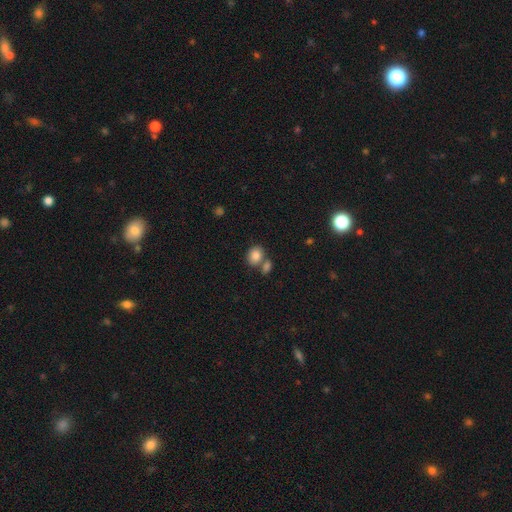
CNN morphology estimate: Q: Smooth or featured?
A: smooth (84%); runner-up: star or artifact (9%)
Q: How rounded?
A: in between (51%); runner-up: round (48%)
Q: Merging?
A: none (51%); runner-up: merger (35%)